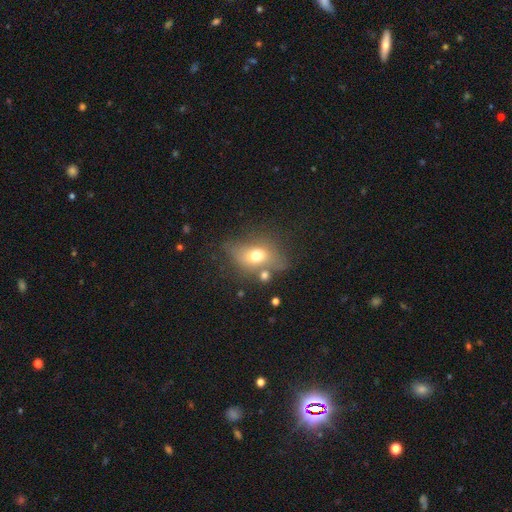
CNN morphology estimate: smooth 63%, featured or disk 25%, star or artifact 12%. Down the decision tree: how rounded — in between (70%); merging — none (52%).